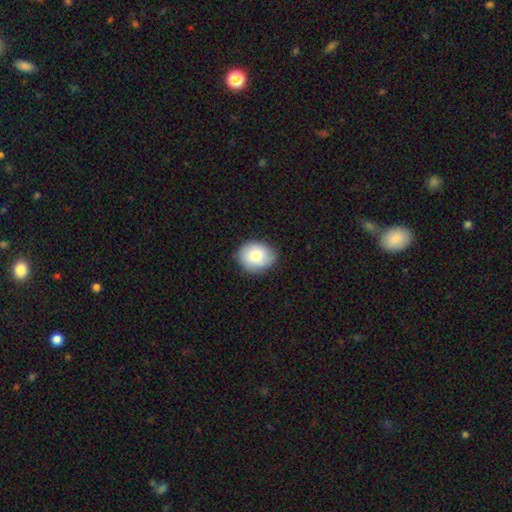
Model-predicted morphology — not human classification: This is likely a smooth galaxy (78%). How rounded: possibly round (58%). Merging: likely none (78%).